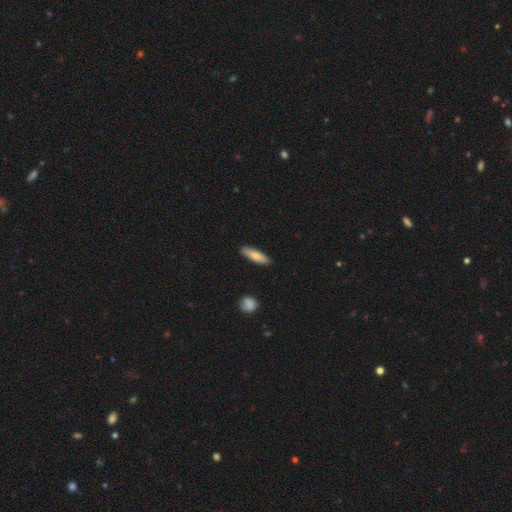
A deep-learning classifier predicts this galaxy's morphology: This is likely a smooth galaxy (77%). How rounded: likely cigar-shaped (61%). Merging: clearly none (89%).